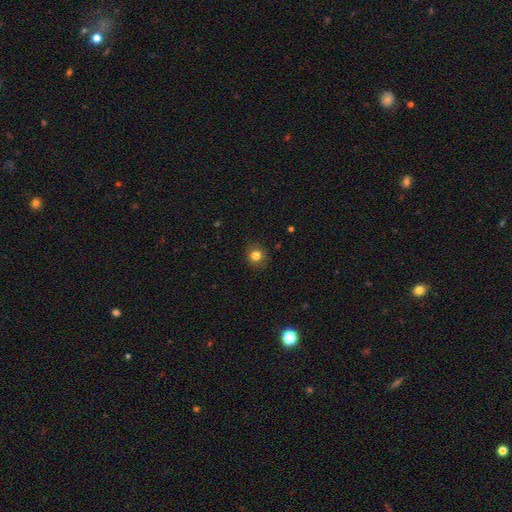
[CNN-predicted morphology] type=smooth (80%); roundness=round (82%); merging=none (87%).